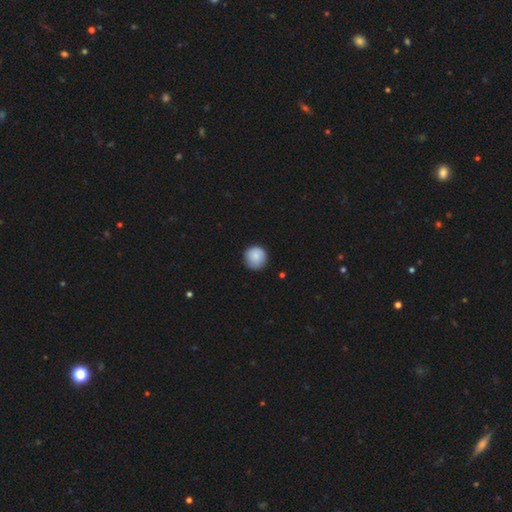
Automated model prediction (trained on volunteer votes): smooth-or-featured: smooth: 85% | featured or disk: 8% | star or artifact: 7%
  how-rounded: round: 94% | in between: 5% | cigar-shaped: 1%
  merging: none: 84% | minor disturbance: 13% | major disturbance: 2% | merger: 1%